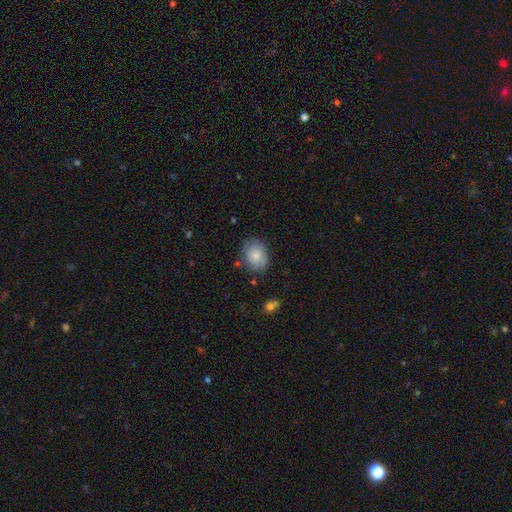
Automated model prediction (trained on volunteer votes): smooth 80%, featured or disk 12%, star or artifact 7%. Down the decision tree: how rounded — in between (58%); merging — none (78%).